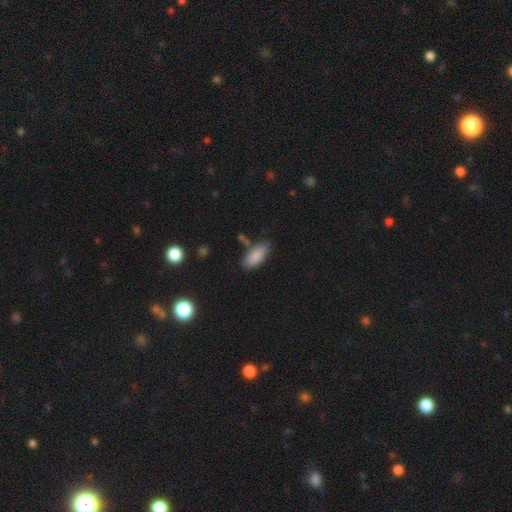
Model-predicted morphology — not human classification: Smooth or featured? Predicted: smooth (p=0.86). How rounded? Predicted: in between (p=0.87). Merging? Predicted: none (p=0.73).